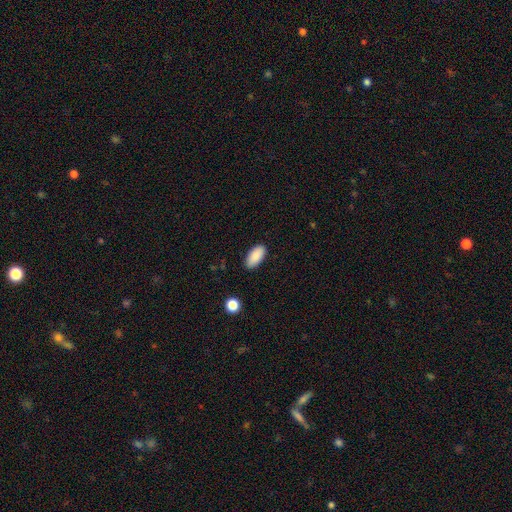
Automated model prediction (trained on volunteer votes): A smooth galaxy with no disk features (89%) that is in between round and cigar-shaped (92%). Merging: none (88%).